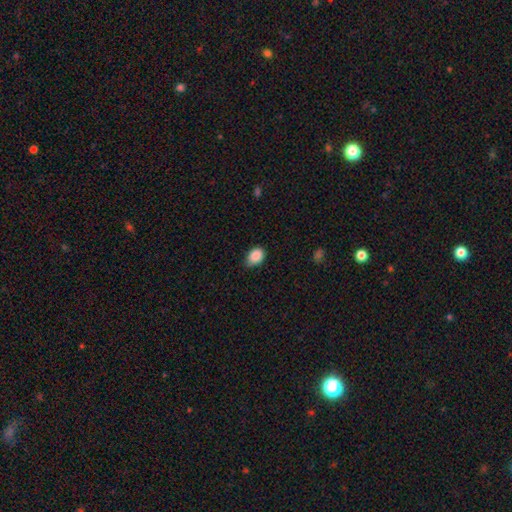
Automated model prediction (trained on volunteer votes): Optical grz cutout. It shows a smooth galaxy with no disk features (88%) that is in between round and cigar-shaped (70%). Merging: none (61%).